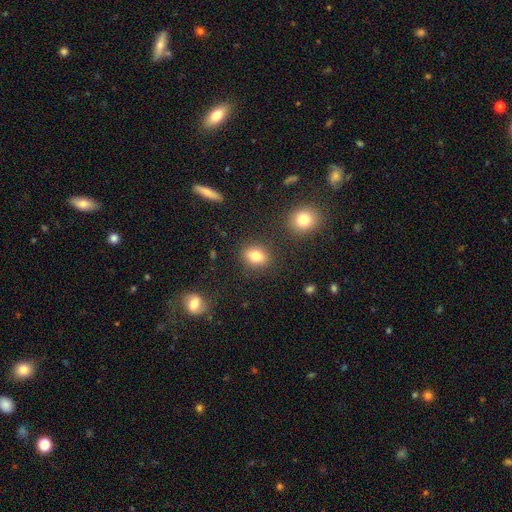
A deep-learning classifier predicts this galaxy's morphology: Smooth or featured? Predicted: smooth (p=0.81). How rounded? Predicted: in between (p=0.56). Merging? Predicted: none (p=0.84).